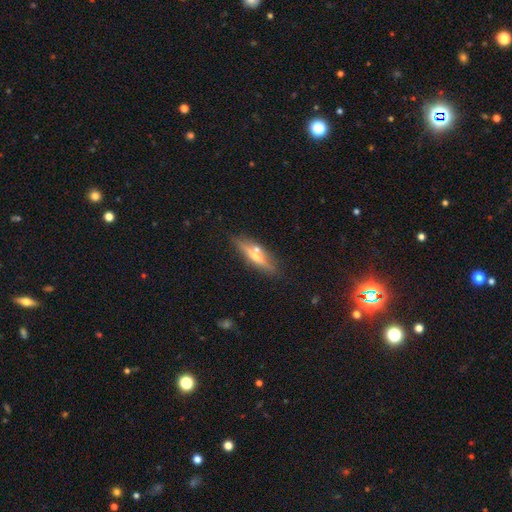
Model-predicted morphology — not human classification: Q: Smooth or featured?
A: featured or disk (57%); runner-up: smooth (35%)
Q: Edge-on disk?
A: yes (91%); runner-up: no (9%)
Q: Edge-on bulge?
A: rounded (86%); runner-up: none (9%)
Q: Merging?
A: none (80%); runner-up: minor disturbance (11%)